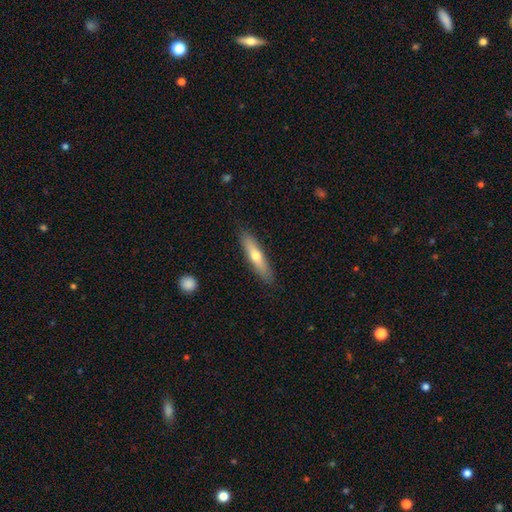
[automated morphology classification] Q: Smooth or featured?
A: smooth (55%); runner-up: featured or disk (39%)
Q: How rounded?
A: cigar-shaped (81%); runner-up: in between (17%)
Q: Merging?
A: none (87%); runner-up: minor disturbance (9%)